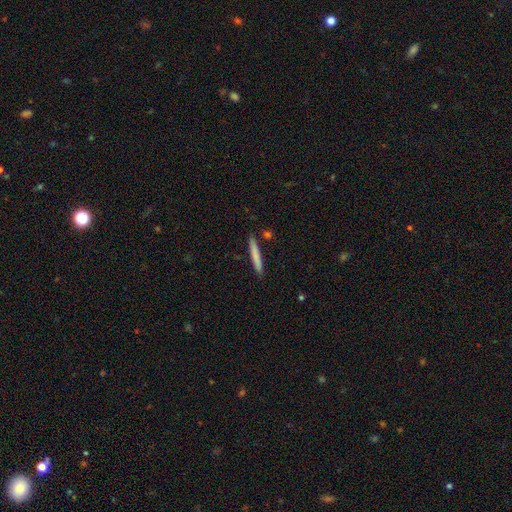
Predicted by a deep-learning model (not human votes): Smooth or featured: smooth — 75% (featured or disk — 19%)
How rounded: cigar-shaped — 96% (in between — 3%)
Merging: none — 89% (minor disturbance — 7%)